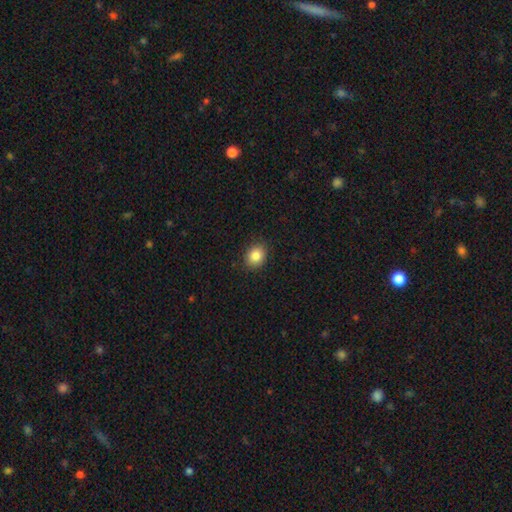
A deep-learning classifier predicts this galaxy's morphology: This is clearly a smooth galaxy (85%). How rounded: possibly round (57%). Merging: clearly none (89%).